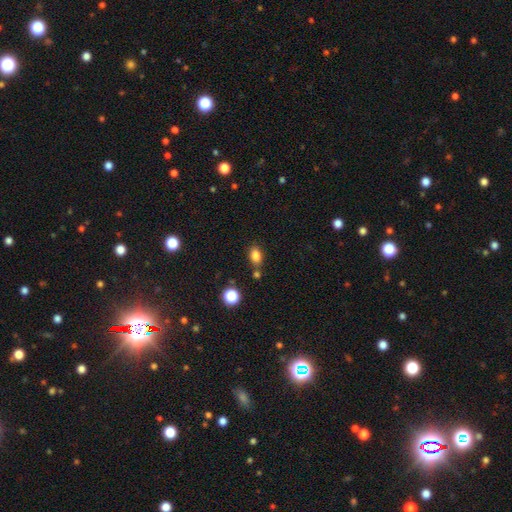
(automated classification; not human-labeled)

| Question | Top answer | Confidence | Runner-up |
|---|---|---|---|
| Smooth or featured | smooth | 82% | star or artifact (12%) |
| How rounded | in between | 78% | round (20%) |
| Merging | none | 73% | minor disturbance (13%) |